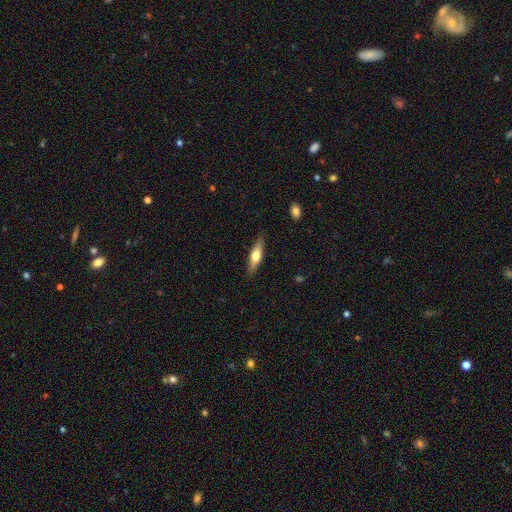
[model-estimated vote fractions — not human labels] smooth_or_featured: smooth (p=0.50) [alt: featured or disk p=0.45]
merging: none (p=0.87) [alt: minor disturbance p=0.10]